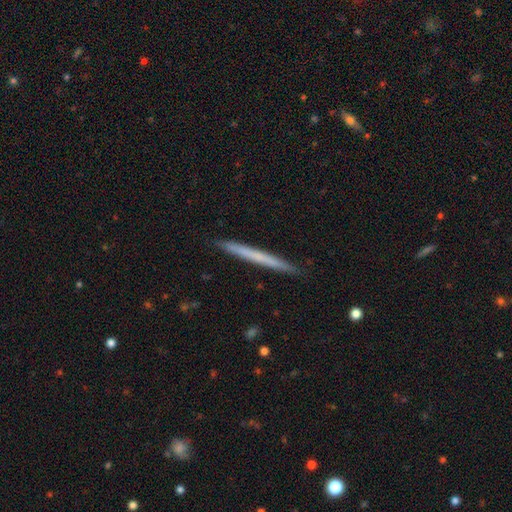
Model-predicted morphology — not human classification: A smooth galaxy with no disk features (56%) that is cigar-shaped (97%). Merging: none (91%).